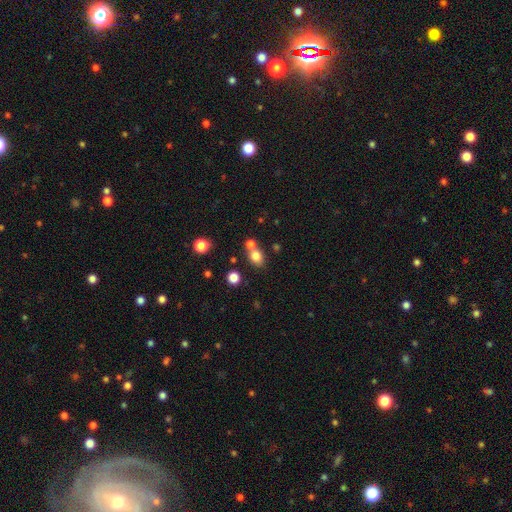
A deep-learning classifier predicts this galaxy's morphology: smooth 79%, star or artifact 13%, featured or disk 8%. Down the decision tree: how rounded — round (54%); merging — none (57%).